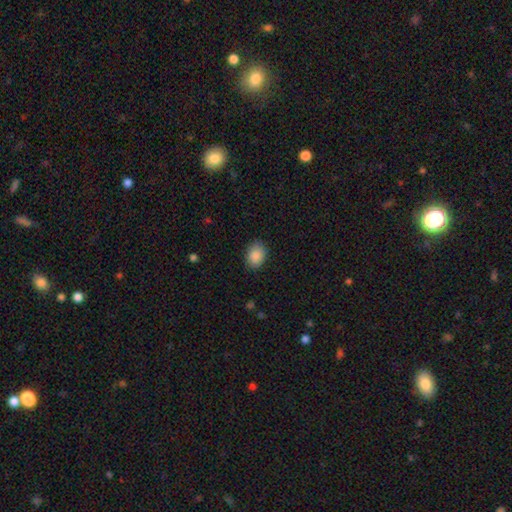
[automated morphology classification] smooth_or_featured: smooth (p=0.88) [alt: star or artifact p=0.07]
how_rounded: in between (p=0.71) [alt: round p=0.28]
merging: none (p=0.84) [alt: minor disturbance p=0.12]